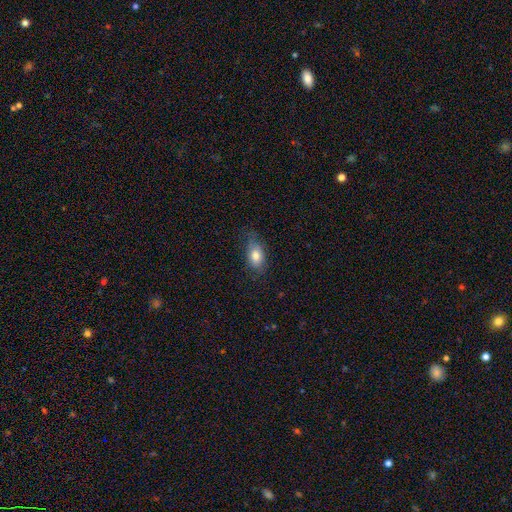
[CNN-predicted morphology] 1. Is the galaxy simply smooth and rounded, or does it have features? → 79% smooth, 14% featured or disk, 8% star or artifact.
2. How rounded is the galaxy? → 88% in between, 9% round, 4% cigar-shaped.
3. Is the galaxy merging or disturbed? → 64% none, 26% minor disturbance, 8% major disturbance, 1% merger.